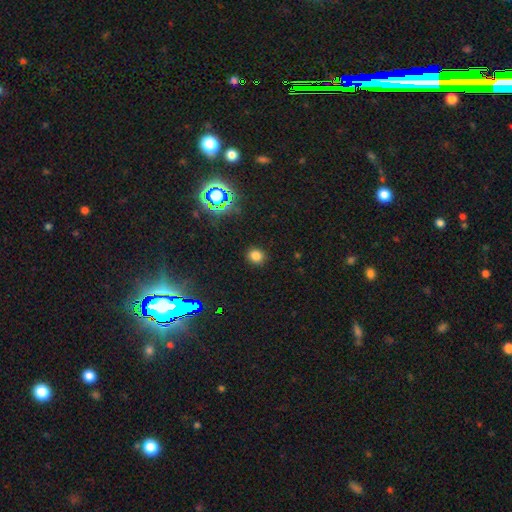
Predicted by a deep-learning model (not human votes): smooth_or_featured: smooth (p=0.77) [alt: star or artifact p=0.19]
how_rounded: round (p=0.77) [alt: in between p=0.22]
merging: none (p=0.89) [alt: minor disturbance p=0.07]